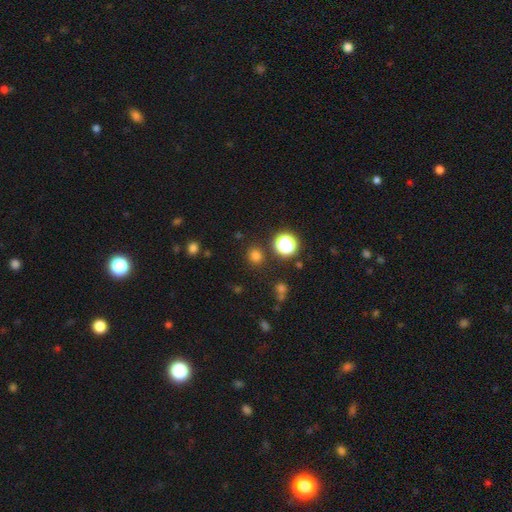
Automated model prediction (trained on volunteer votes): Morphology: type=smooth (75%); roundness=round (86%); merging=none (86%).